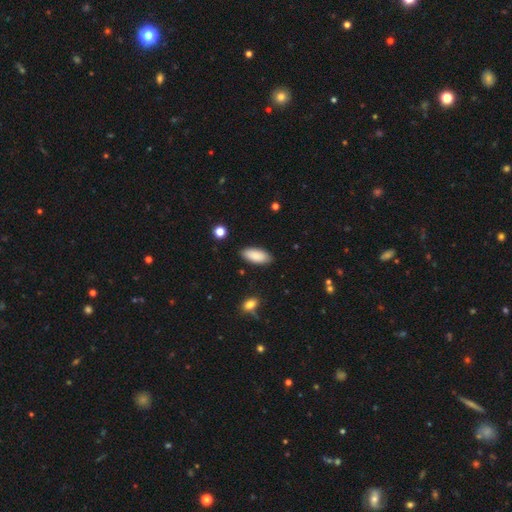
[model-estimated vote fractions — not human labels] A smooth galaxy with no disk features (88%) that is in between round and cigar-shaped (86%). Merging: none (87%).